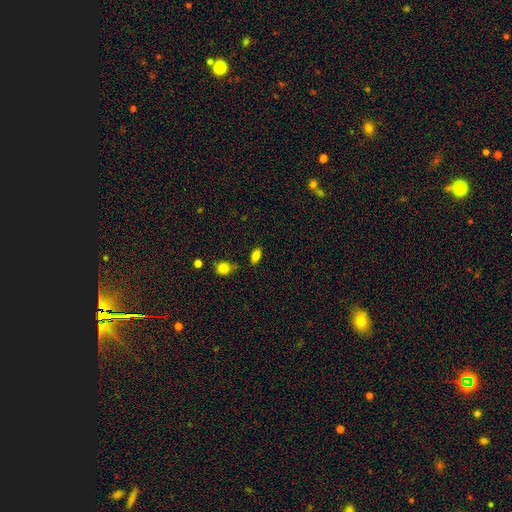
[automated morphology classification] Smooth or featured? smooth (81%)
How rounded? in between (87%)
Merging? none (75%)